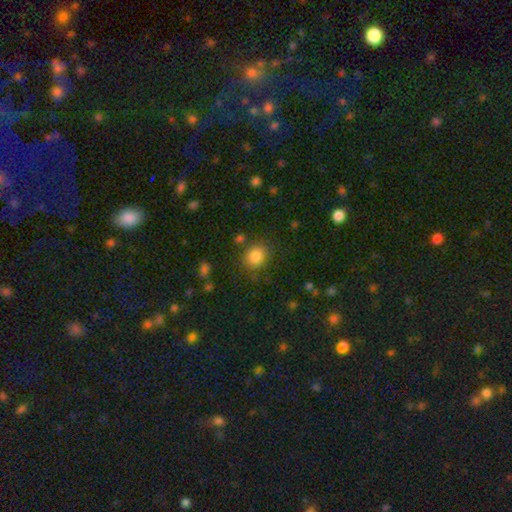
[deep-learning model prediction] Smooth or featured? Predicted: smooth (p=0.84). How rounded? Predicted: round (p=0.74). Merging? Predicted: none (p=0.82).